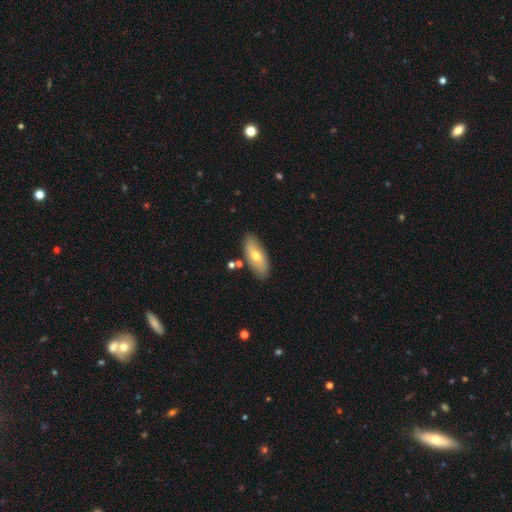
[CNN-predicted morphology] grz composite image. It shows a smooth galaxy with no disk features (59%) that is in between round and cigar-shaped (80%). Merging: none (82%).